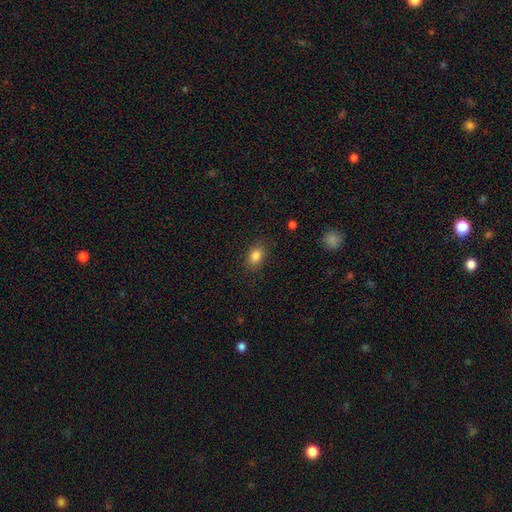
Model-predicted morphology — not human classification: A smooth galaxy with no disk features (84%) that is in between round and cigar-shaped (75%).

Vote fractions:
- Smooth or featured? smooth: 84% / star or artifact: 10% / featured or disk: 7%
- How rounded? in between: 75% / round: 23% / cigar-shaped: 2%
- Merging? none: 84% / minor disturbance: 11% / major disturbance: 3% / merger: 1%